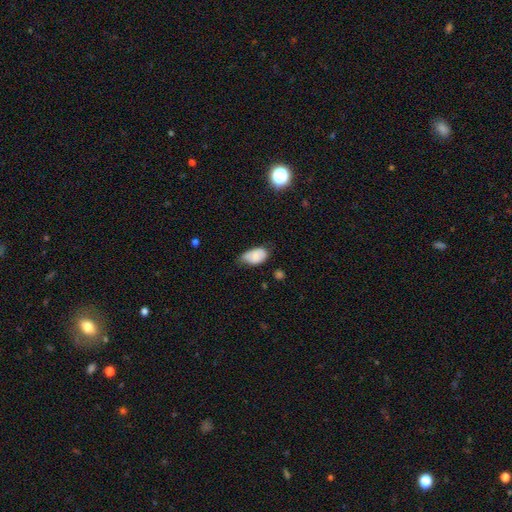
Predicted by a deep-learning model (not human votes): This appears to be a smooth galaxy with no disk features (78%) that is in between round and cigar-shaped (92%). Merging: minor disturbance (45%).